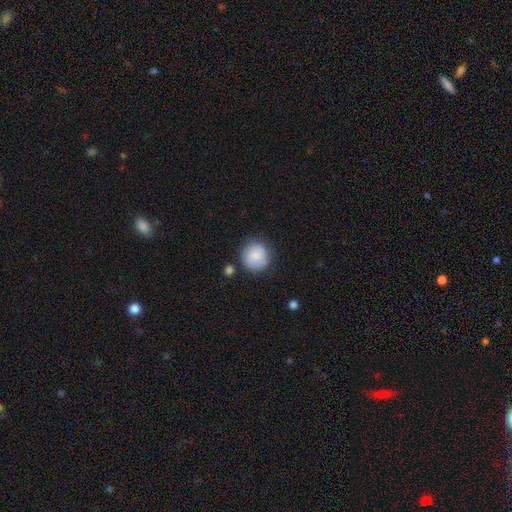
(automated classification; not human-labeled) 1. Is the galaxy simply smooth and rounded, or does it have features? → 78% smooth, 14% featured or disk, 7% star or artifact.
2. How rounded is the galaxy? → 92% round, 7% in between, 1% cigar-shaped.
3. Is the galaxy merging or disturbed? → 76% none, 15% minor disturbance, 5% major disturbance, 4% merger.